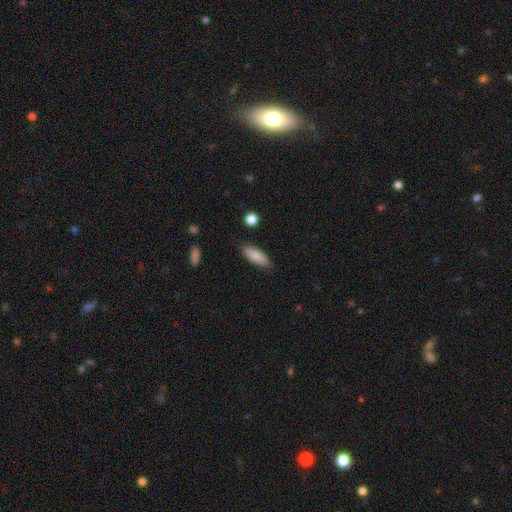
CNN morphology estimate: This is clearly a smooth galaxy (86%). How rounded: likely in between (68%). Merging: clearly none (85%).